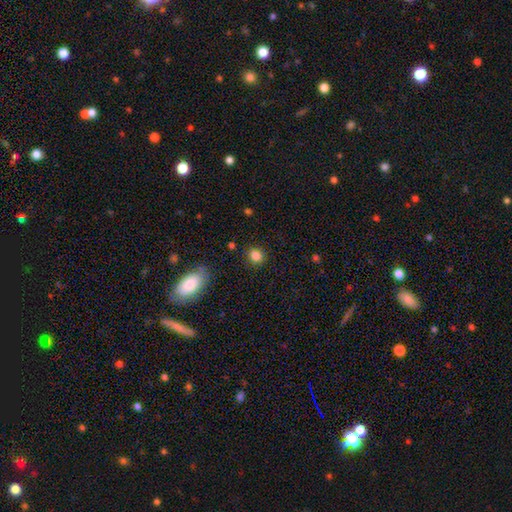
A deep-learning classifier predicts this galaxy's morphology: This appears to be a smooth galaxy with no disk features (84%) that is round (76%). Merging: none (88%).